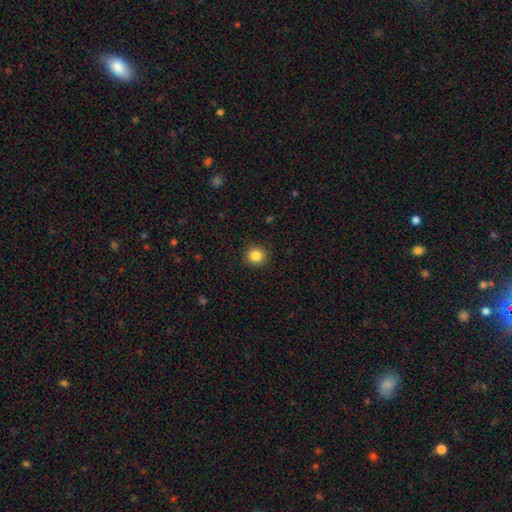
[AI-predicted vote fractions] A smooth galaxy with no disk features (85%) that is round (88%).

Vote fractions:
- Smooth or featured? smooth: 85% / star or artifact: 11% / featured or disk: 5%
- How rounded? round: 88% / in between: 11% / cigar-shaped: 1%
- Merging? none: 91% / minor disturbance: 6% / major disturbance: 2% / merger: 1%